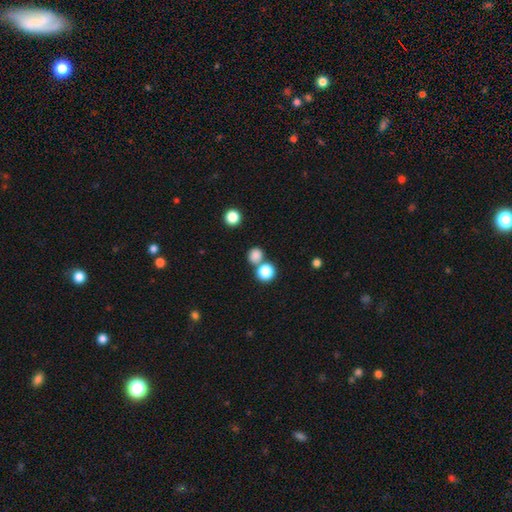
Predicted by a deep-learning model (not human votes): Smooth or featured? smooth (82%)
How rounded? round (83%)
Merging? none (65%)